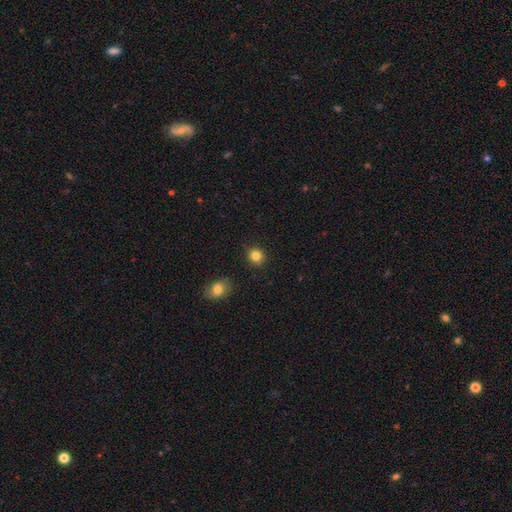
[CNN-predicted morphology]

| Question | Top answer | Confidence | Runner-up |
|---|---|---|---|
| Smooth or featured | smooth | 84% | star or artifact (11%) |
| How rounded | round | 81% | in between (18%) |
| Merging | none | 89% | minor disturbance (8%) |